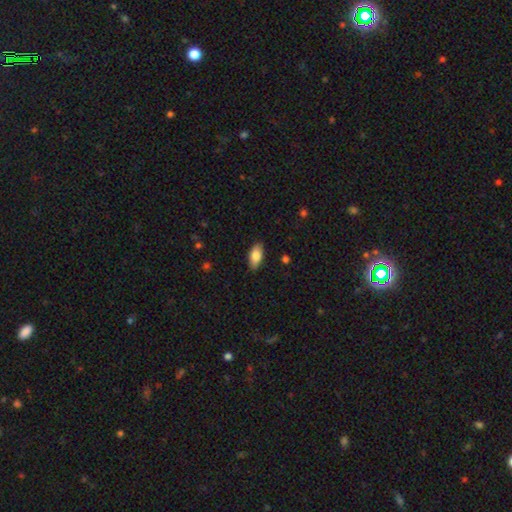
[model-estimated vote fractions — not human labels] Smooth or featured? Predicted: smooth (p=0.84). How rounded? Predicted: in between (p=0.91). Merging? Predicted: none (p=0.87).